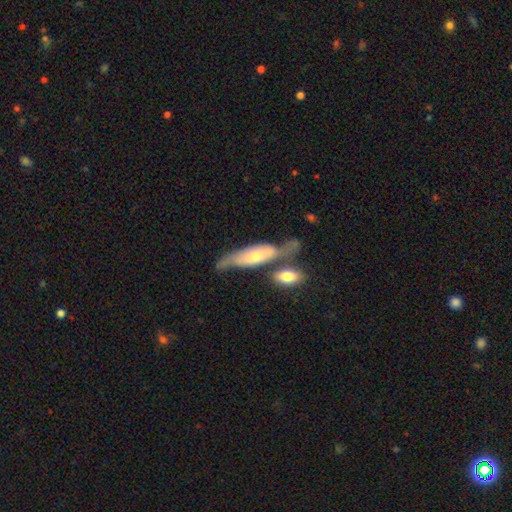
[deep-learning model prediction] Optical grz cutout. It shows a featured or disk galaxy (50%). Merging: none (41%).